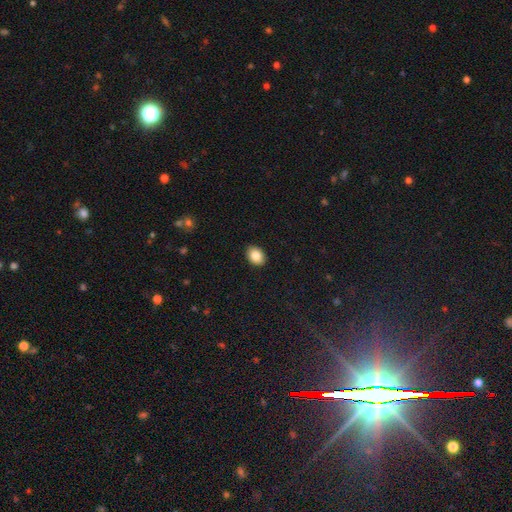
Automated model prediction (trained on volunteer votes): This appears to be a smooth galaxy with no disk features (85%) that is in between round and cigar-shaped (74%). Merging: none (90%).